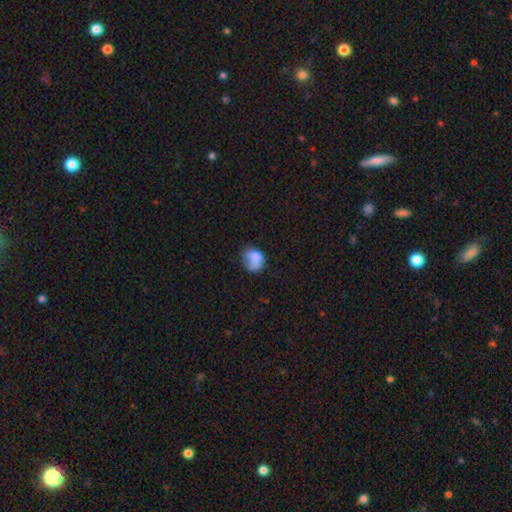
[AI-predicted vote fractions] Q: Smooth or featured?
A: smooth (72%); runner-up: featured or disk (18%)
Q: How rounded?
A: in between (55%); runner-up: round (44%)
Q: Merging?
A: none (34%); runner-up: minor disturbance (32%)